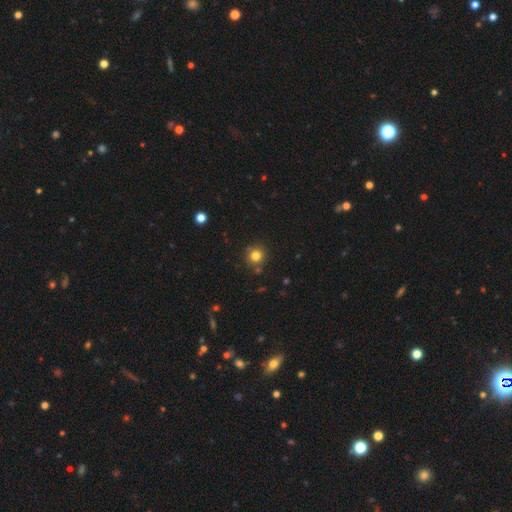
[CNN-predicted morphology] Smooth or featured: smooth — 81% (star or artifact — 13%)
How rounded: round — 92% (in between — 7%)
Merging: none — 84% (minor disturbance — 9%)